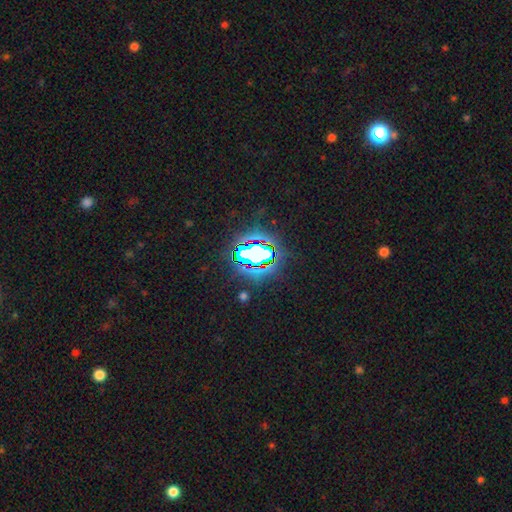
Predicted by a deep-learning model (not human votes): star or artifact 69%, smooth 18%, featured or disk 12%.